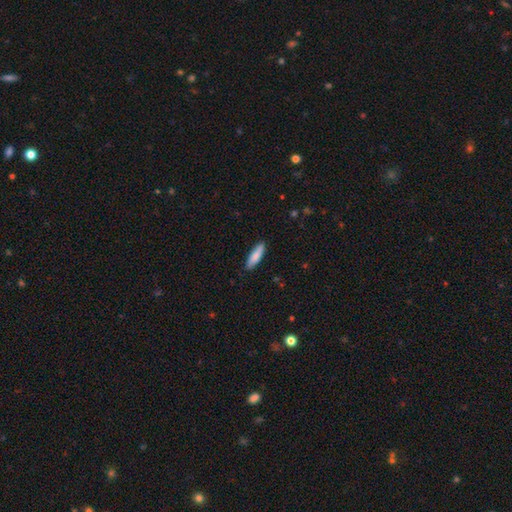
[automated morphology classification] smooth 82%, featured or disk 12%, star or artifact 5%. Down the decision tree: how rounded — cigar-shaped (65%); merging — none (87%).